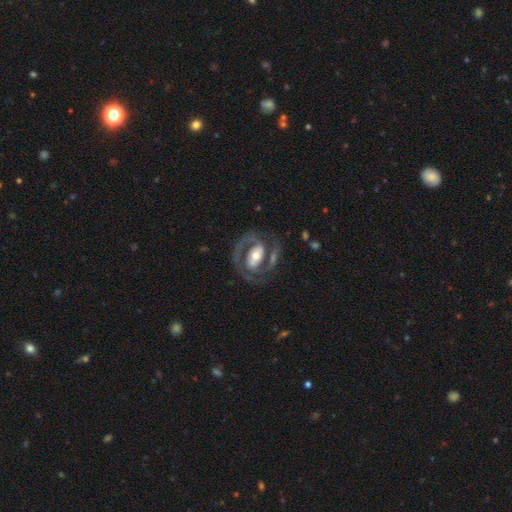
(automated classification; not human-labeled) This appears to be a featured or disk galaxy (82%) with a strong bar (36%), 2 (84%) medium (47%) spiral arms (85%) and a moderate central bulge (61%). Merging: none (68%).